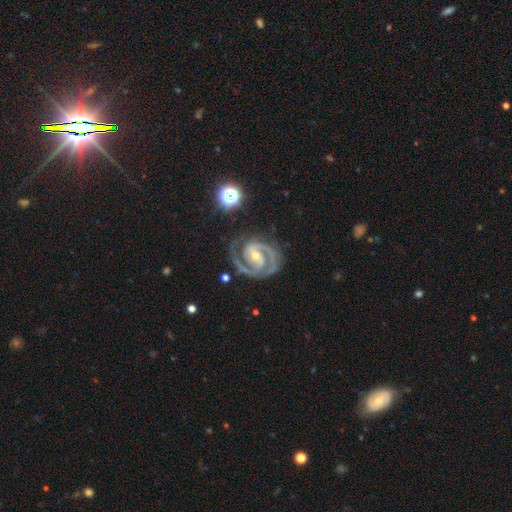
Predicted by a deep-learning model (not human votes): This is clearly a featured or disk galaxy (93%). It is clearly not viewed edge-on (98%). Bar: marginally weak (38%). Spiral arm pattern: clearly yes (99%). Spiral arm count: clearly 2 (87%). Spiral winding: possibly tight (57%). Central bulge: possibly small (52%). Merging: likely none (77%).